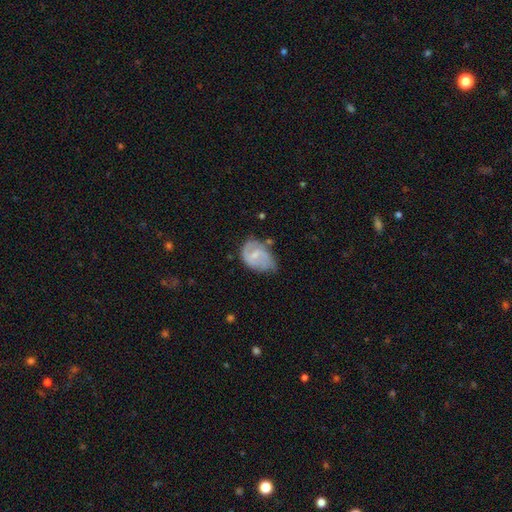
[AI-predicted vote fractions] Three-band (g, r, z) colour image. It shows a featured or disk galaxy (62%) with a weak bar (55%), spiral arms (83%) and a small central bulge (55%). Merging: none (40%).